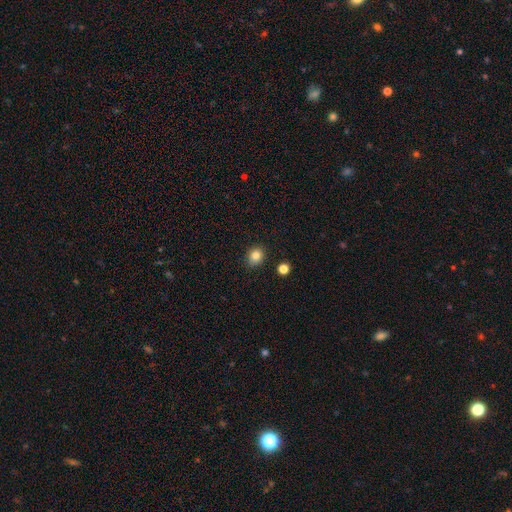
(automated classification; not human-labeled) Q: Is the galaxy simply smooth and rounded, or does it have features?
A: smooth — 83%.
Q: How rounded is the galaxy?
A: round — 66%.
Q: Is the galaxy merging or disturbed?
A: none — 88%.